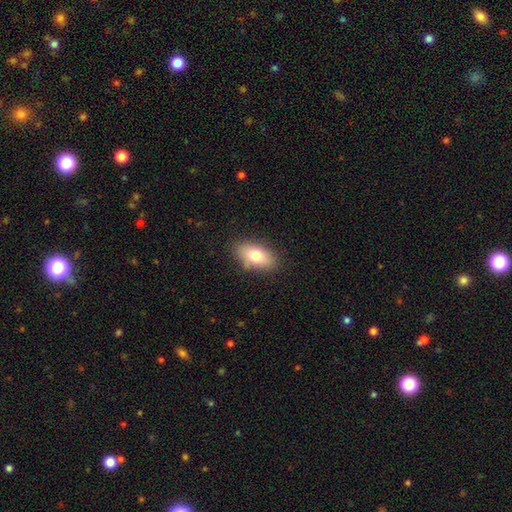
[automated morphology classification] type=smooth (75%); roundness=in between (90%); merging=none (80%).